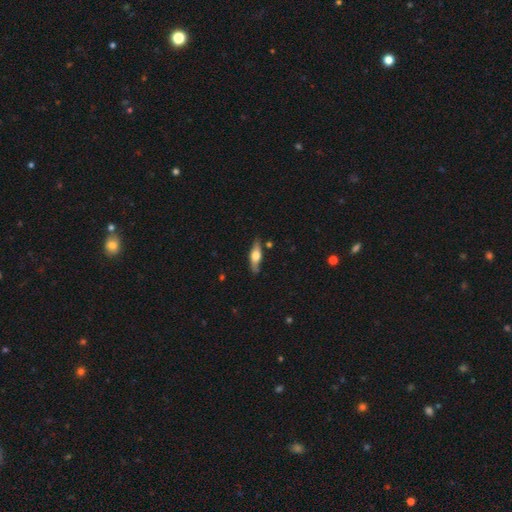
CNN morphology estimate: This is possibly a featured or disk galaxy (51%). It is clearly viewed edge-on (86%). Merging: clearly none (81%).